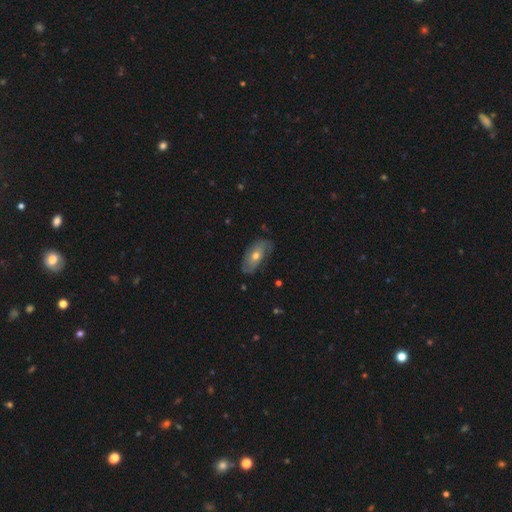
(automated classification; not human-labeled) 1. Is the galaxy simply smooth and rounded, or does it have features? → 48% smooth, 45% featured or disk, 7% star or artifact.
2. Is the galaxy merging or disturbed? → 70% none, 23% minor disturbance, 5% major disturbance, 1% merger.